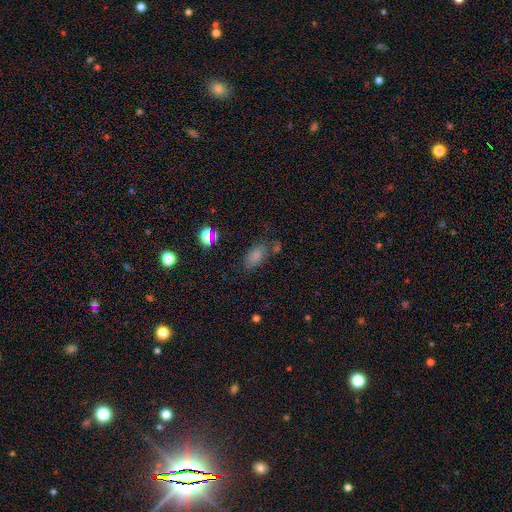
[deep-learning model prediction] Smooth or featured? Predicted: smooth (p=0.78). How rounded? Predicted: in between (p=0.90). Merging? Predicted: none (p=0.65).